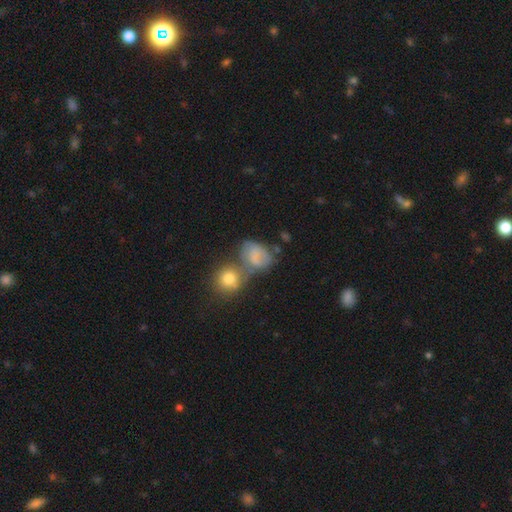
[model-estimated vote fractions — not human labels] Morphology: type=smooth (64%); roundness=in between (58%); merging=merger (36%).